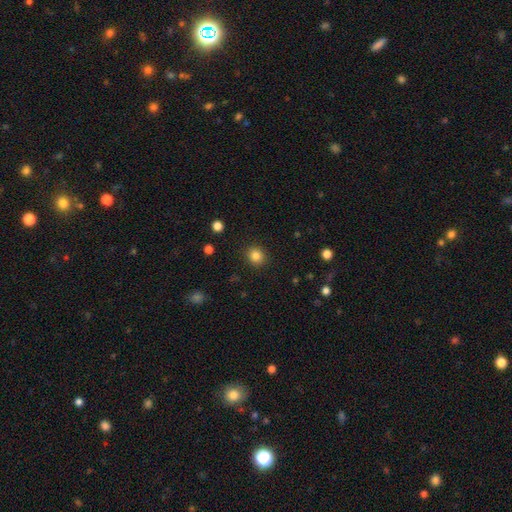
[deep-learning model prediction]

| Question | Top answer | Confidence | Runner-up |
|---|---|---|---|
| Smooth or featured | smooth | 84% | star or artifact (11%) |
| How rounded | round | 83% | in between (16%) |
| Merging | none | 90% | minor disturbance (6%) |